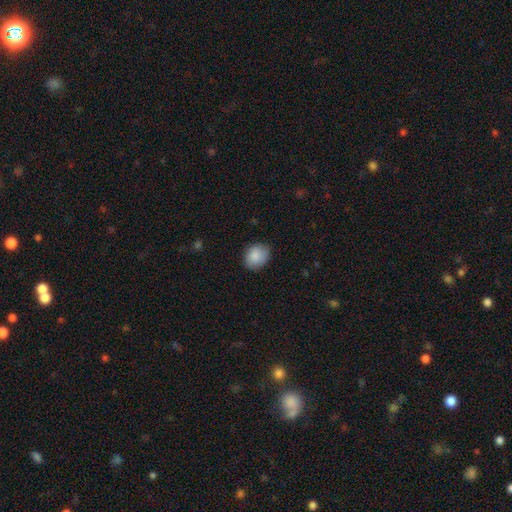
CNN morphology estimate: type=smooth (88%); roundness=round (51%); merging=none (81%).